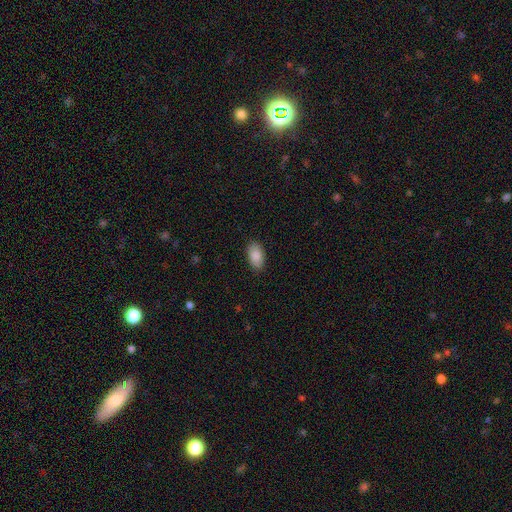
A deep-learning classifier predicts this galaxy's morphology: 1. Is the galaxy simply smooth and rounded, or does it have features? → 89% smooth, 7% star or artifact, 4% featured or disk.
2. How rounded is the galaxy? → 95% in between, 4% round, 2% cigar-shaped.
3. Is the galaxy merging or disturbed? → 88% none, 9% minor disturbance, 2% major disturbance, 1% merger.